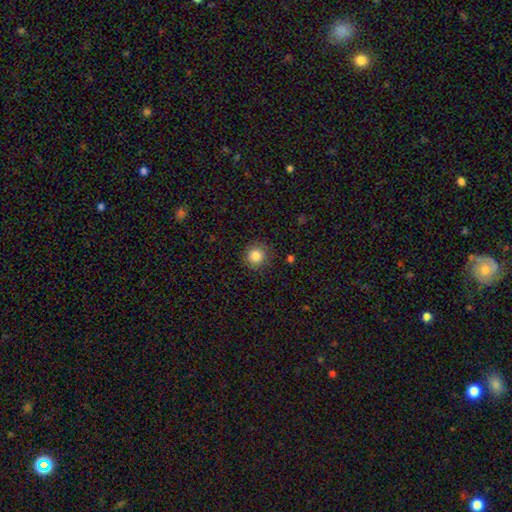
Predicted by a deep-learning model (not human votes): smooth 85%, star or artifact 10%, featured or disk 5%. Down the decision tree: how rounded — round (92%); merging — none (87%).